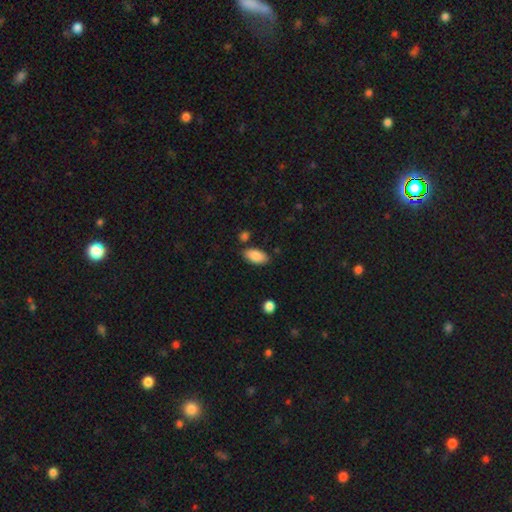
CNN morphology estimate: Smooth or featured? smooth (87%)
How rounded? in between (94%)
Merging? none (80%)